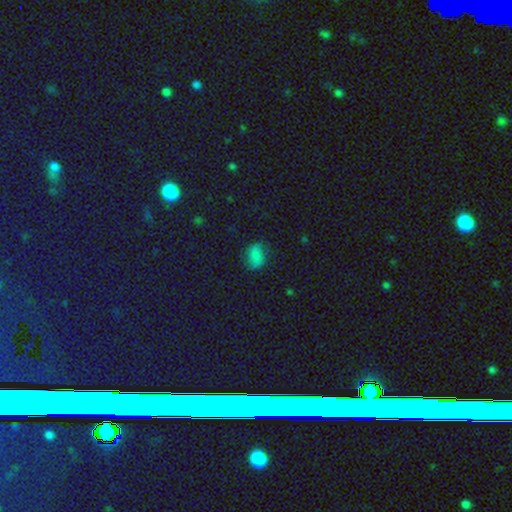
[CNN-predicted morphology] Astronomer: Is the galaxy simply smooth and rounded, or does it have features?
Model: smooth — 73%.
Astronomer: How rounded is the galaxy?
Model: in between — 85%.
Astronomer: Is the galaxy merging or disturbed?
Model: none — 73%.